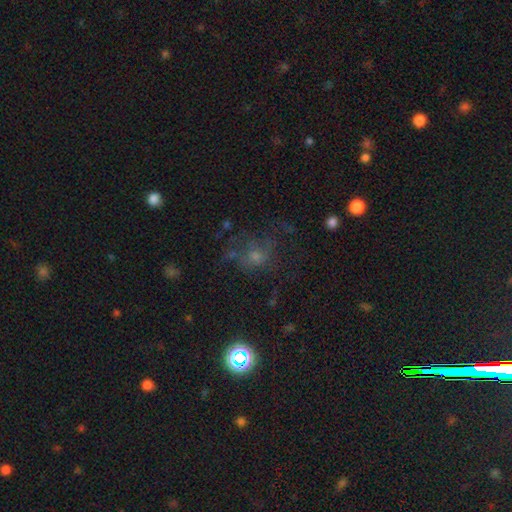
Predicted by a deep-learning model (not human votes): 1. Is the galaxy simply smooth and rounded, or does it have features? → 45% smooth, 33% featured or disk, 22% star or artifact.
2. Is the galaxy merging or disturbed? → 47% none, 29% major disturbance, 20% minor disturbance, 4% merger.